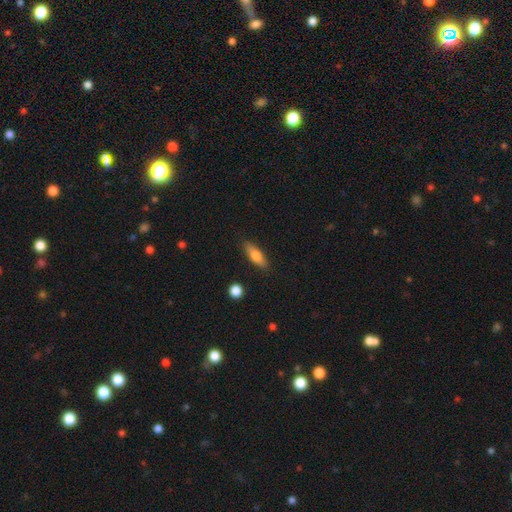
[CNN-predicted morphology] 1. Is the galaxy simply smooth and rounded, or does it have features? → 69% smooth, 25% featured or disk, 6% star or artifact.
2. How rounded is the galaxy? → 49% cigar-shaped, 48% in between, 3% round.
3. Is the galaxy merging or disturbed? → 86% none, 10% minor disturbance, 2% major disturbance, 2% merger.